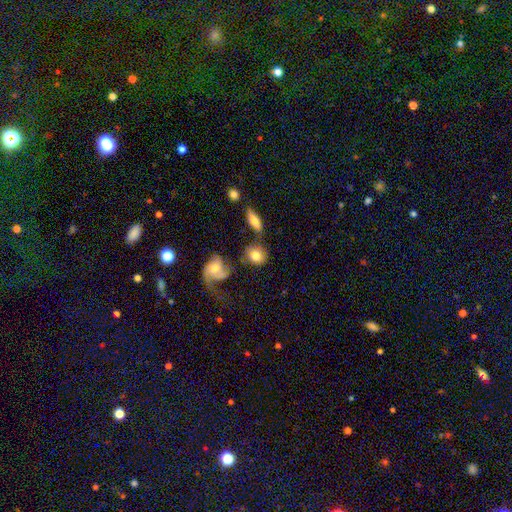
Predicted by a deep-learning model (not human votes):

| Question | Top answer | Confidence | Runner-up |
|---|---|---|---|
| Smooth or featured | smooth | 73% | featured or disk (20%) |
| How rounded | round | 67% | in between (31%) |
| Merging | none | 51% | merger (18%) |